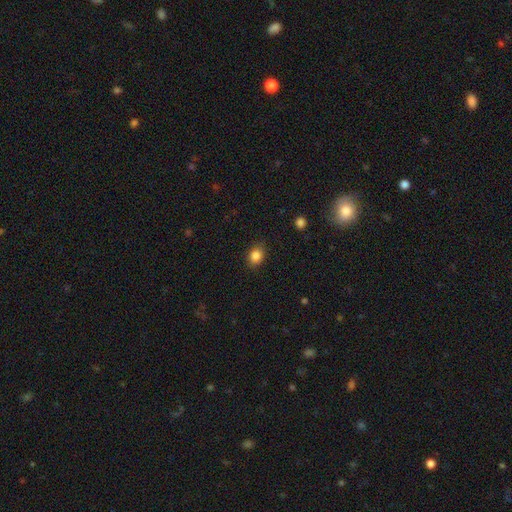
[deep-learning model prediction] Smooth or featured: smooth — 85% (star or artifact — 10%)
How rounded: round — 51% (in between — 48%)
Merging: none — 86% (minor disturbance — 10%)